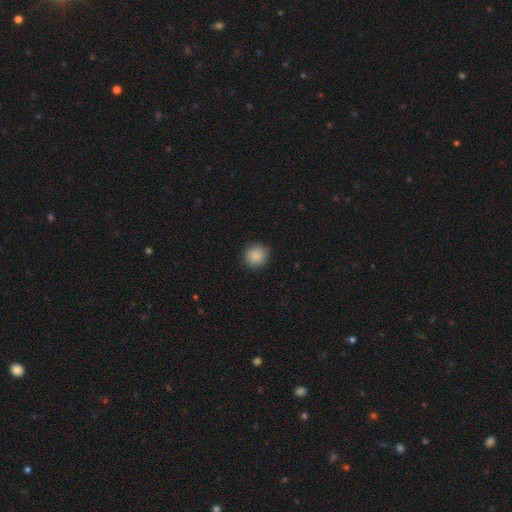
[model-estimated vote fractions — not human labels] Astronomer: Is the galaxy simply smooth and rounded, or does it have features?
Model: smooth — 88%.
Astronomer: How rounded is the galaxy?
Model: round — 90%.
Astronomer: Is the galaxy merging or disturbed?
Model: none — 89%.